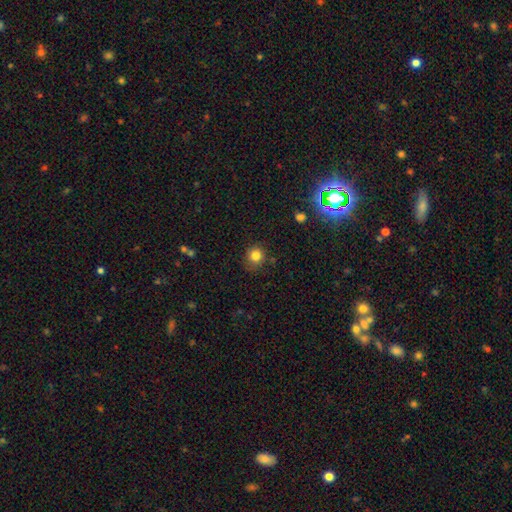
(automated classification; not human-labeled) Smooth or featured?
  - smooth: 82% *
  - star or artifact: 12%
  - featured or disk: 6%
How rounded?
  - round: 88% *
  - in between: 11%
  - cigar-shaped: 1%
Merging?
  - none: 82% *
  - minor disturbance: 13%
  - major disturbance: 3%
  - merger: 2%